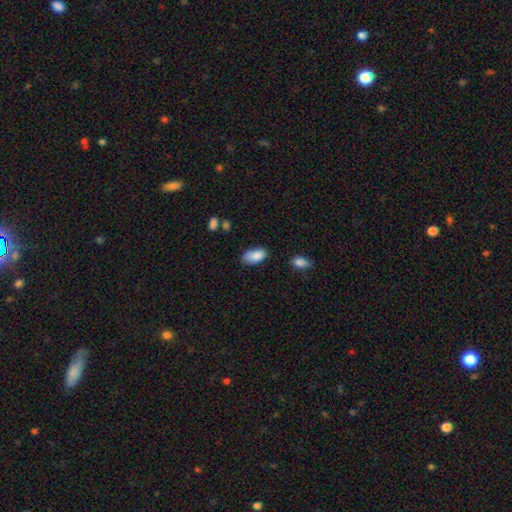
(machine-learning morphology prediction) Q: Smooth or featured?
A: smooth (86%); runner-up: star or artifact (7%)
Q: How rounded?
A: in between (93%); runner-up: round (3%)
Q: Merging?
A: none (59%); runner-up: minor disturbance (31%)